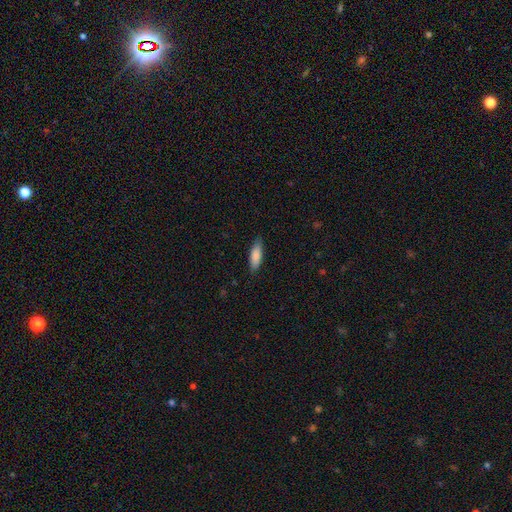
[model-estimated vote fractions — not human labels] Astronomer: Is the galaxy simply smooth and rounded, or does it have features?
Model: smooth — 86%.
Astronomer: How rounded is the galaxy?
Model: in between — 58% (runner-up: cigar-shaped, 40%).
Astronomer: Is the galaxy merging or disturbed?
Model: none — 84%.